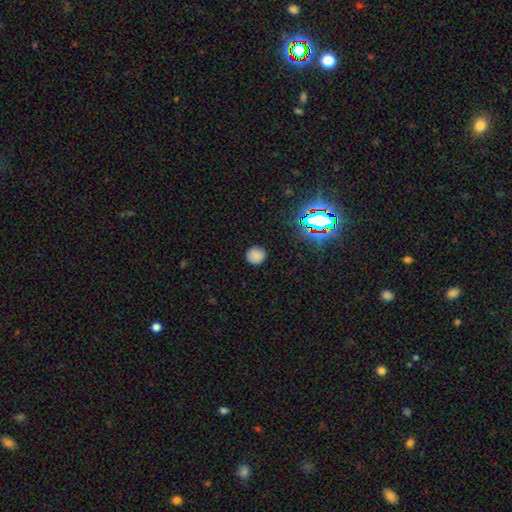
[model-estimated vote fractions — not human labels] smooth-or-featured: smooth: 80% | star or artifact: 16% | featured or disk: 4%
  how-rounded: round: 93% | in between: 6% | cigar-shaped: 1%
  merging: none: 89% | minor disturbance: 7% | major disturbance: 2% | merger: 1%